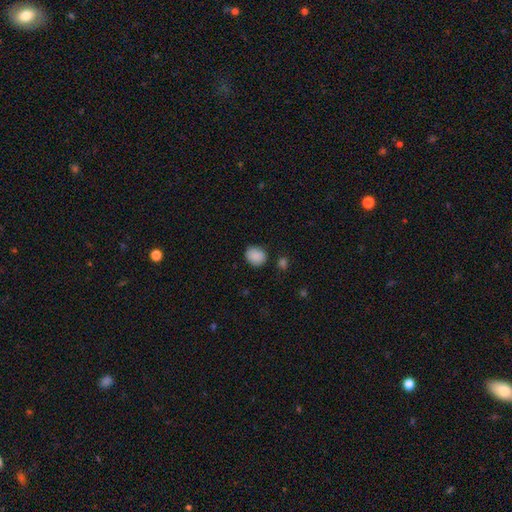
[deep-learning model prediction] smooth-or-featured: smooth: 88% | star or artifact: 9% | featured or disk: 3%
  how-rounded: round: 54% | in between: 45% | cigar-shaped: 1%
  merging: none: 79% | minor disturbance: 14% | major disturbance: 3% | merger: 3%